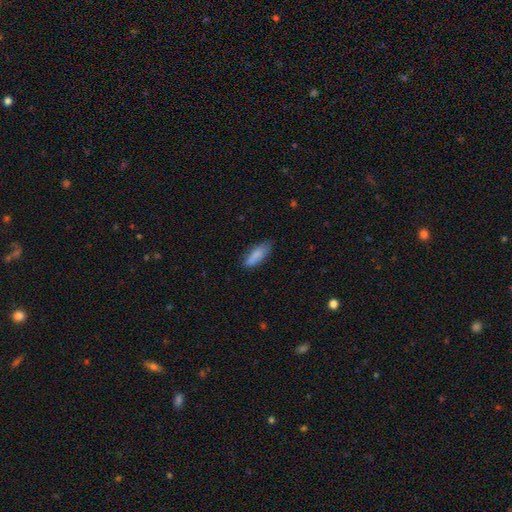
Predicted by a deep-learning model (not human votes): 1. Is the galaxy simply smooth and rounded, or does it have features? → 84% smooth, 9% featured or disk, 7% star or artifact.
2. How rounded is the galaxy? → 61% in between, 37% cigar-shaped, 2% round.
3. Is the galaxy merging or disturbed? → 70% none, 24% minor disturbance, 5% major disturbance, 2% merger.